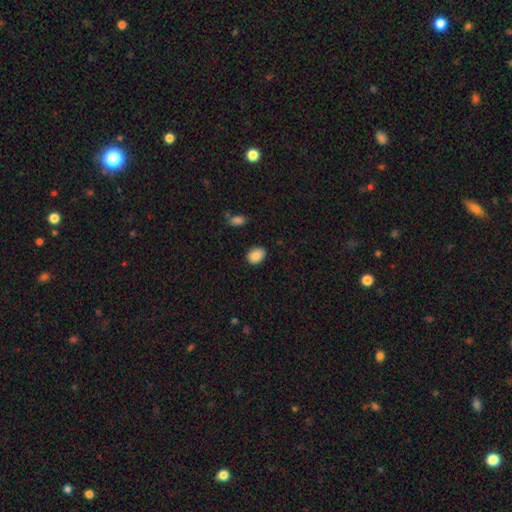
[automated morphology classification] smooth-or-featured: smooth: 89% | star or artifact: 8% | featured or disk: 4%
  how-rounded: in between: 73% | round: 26% | cigar-shaped: 1%
  merging: none: 85% | minor disturbance: 11% | major disturbance: 2% | merger: 1%